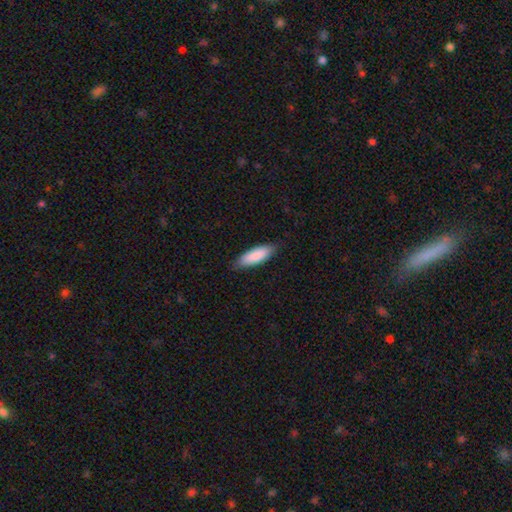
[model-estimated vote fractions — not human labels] Smooth or featured: smooth — 88% (featured or disk — 7%)
How rounded: in between — 64% (cigar-shaped — 35%)
Merging: none — 83% (minor disturbance — 14%)